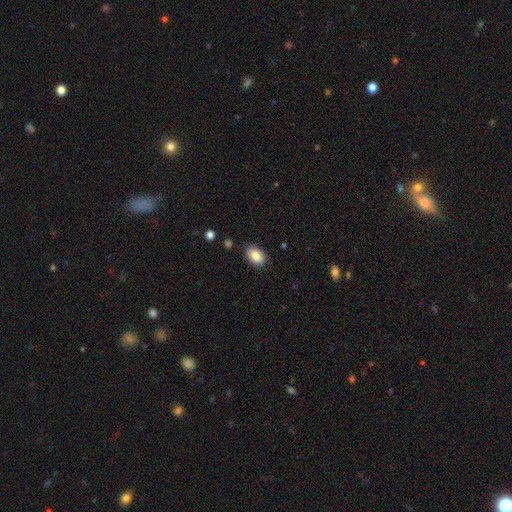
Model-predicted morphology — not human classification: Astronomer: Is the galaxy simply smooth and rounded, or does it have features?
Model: smooth — 85%.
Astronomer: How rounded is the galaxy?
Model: in between — 88%.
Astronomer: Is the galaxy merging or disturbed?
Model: none — 87%.